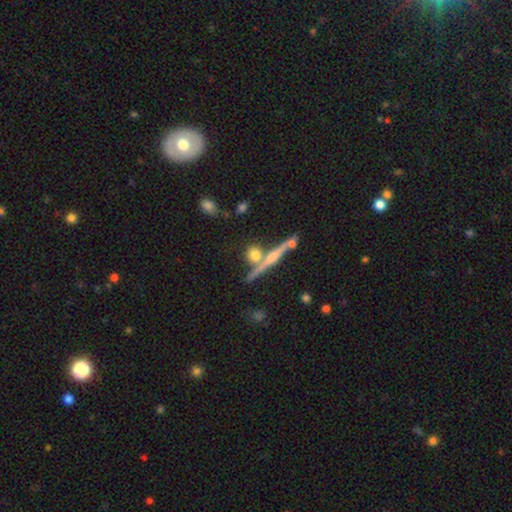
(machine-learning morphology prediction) Overall: smooth (47%; featured or disk 41%). Merging: none (69%).